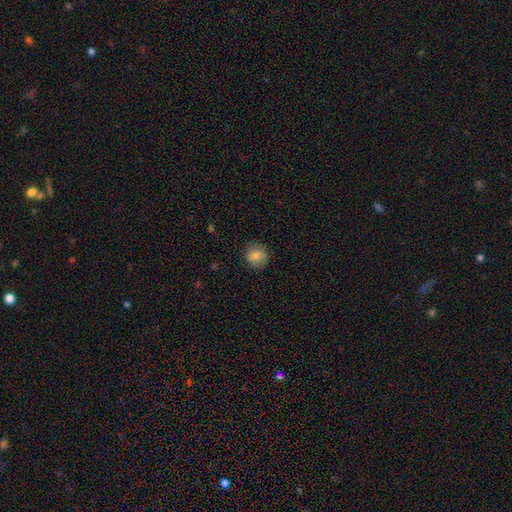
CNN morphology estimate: smooth-or-featured: smooth: 80% | featured or disk: 11% | star or artifact: 9%
  how-rounded: round: 86% | in between: 13% | cigar-shaped: 1%
  merging: none: 84% | minor disturbance: 12% | major disturbance: 3% | merger: 1%